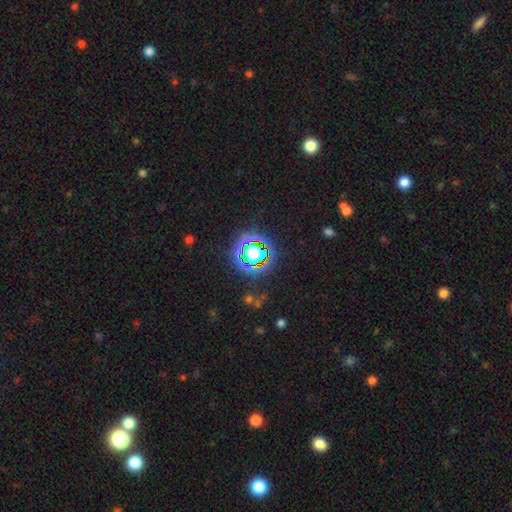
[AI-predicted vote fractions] Morphology: type=star or artifact (76%).